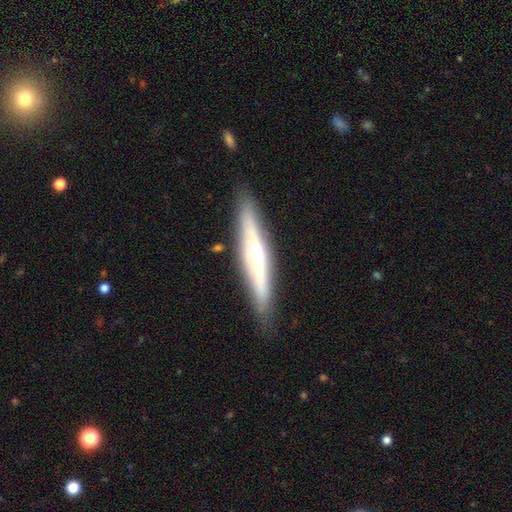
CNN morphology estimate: smooth_or_featured: featured or disk (p=0.63) [alt: smooth p=0.31]
disk_edge_on: yes (p=0.92) [alt: no p=0.08]
edge_on_bulge: rounded (p=0.80) [alt: none p=0.12]
merging: none (p=0.87) [alt: minor disturbance p=0.09]